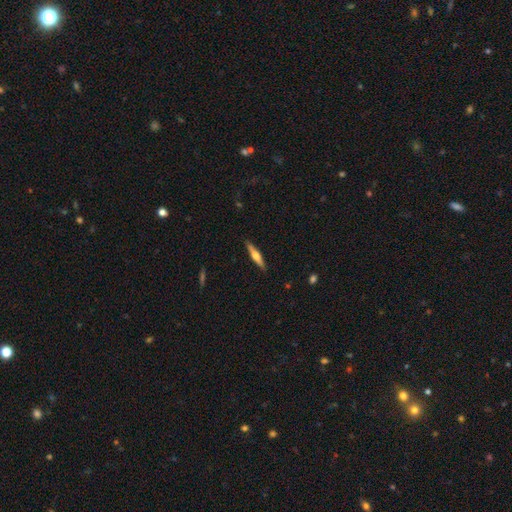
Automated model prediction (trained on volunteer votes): Smooth or featured?
  - featured or disk: 62% *
  - smooth: 32%
  - star or artifact: 6%
Edge-on disk?
  - yes: 97% *
  - no: 3%
Edge-on bulge?
  - rounded: 89% *
  - boxy: 7%
  - none: 4%
Merging?
  - none: 90% *
  - minor disturbance: 7%
  - major disturbance: 2%
  - merger: 1%